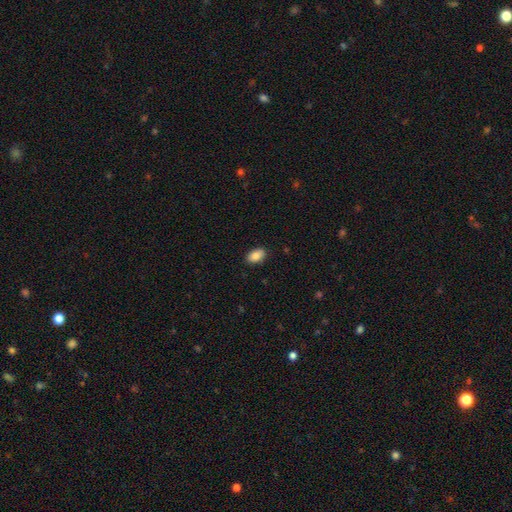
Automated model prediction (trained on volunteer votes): smooth 86%, star or artifact 7%, featured or disk 6%. Down the decision tree: how rounded — in between (91%); merging — none (88%).